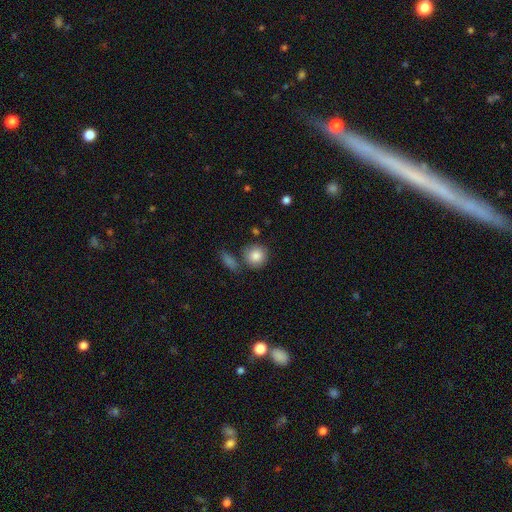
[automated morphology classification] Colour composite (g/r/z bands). It shows a smooth galaxy with no disk features (85%) that is round (87%). Merging: none (72%).